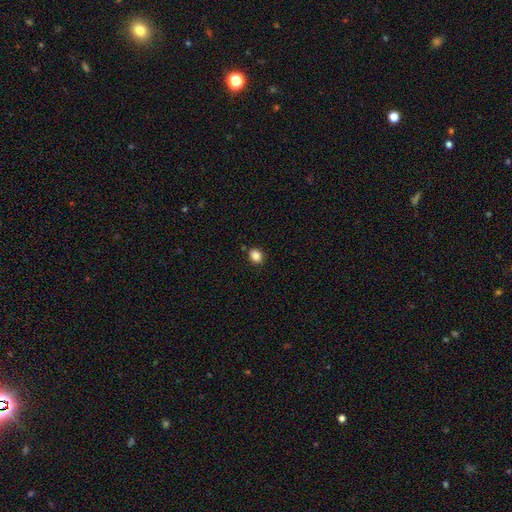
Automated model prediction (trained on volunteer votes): The model was most divided on "how rounded": round: 58%, in between: 41%, cigar-shaped: 1%. More confident: merging — none (86%); smooth or featured — smooth (85%).